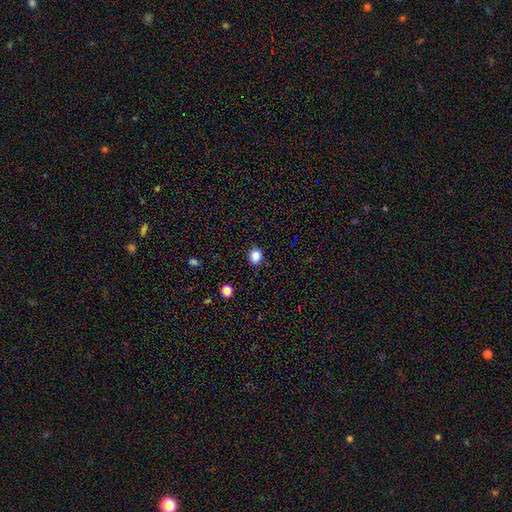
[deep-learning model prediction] This is clearly a smooth galaxy (85%). How rounded: likely round (67%). Merging: clearly none (89%).